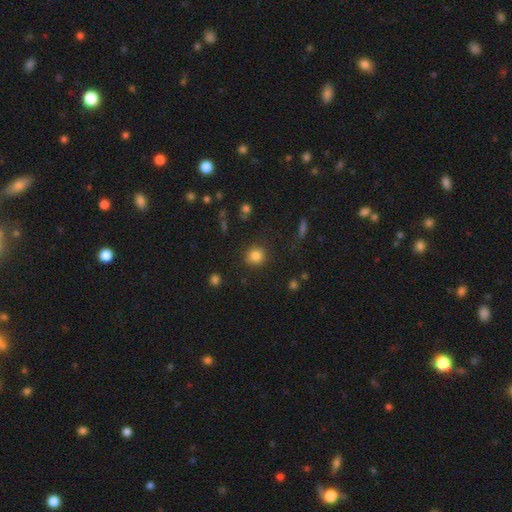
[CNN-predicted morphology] A smooth galaxy with no disk features (82%) that is round (85%).

Vote fractions:
- Smooth or featured? smooth: 82% / star or artifact: 12% / featured or disk: 6%
- How rounded? round: 85% / in between: 14% / cigar-shaped: 1%
- Merging? none: 83% / minor disturbance: 11% / major disturbance: 4% / merger: 2%